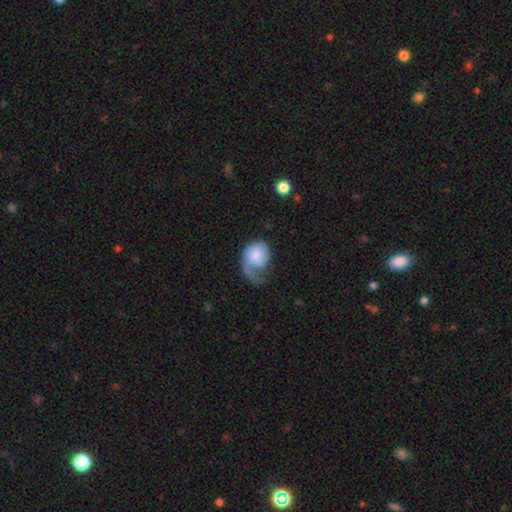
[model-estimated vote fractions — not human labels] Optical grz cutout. It shows a featured or disk galaxy (48%). Merging: major disturbance (54%).